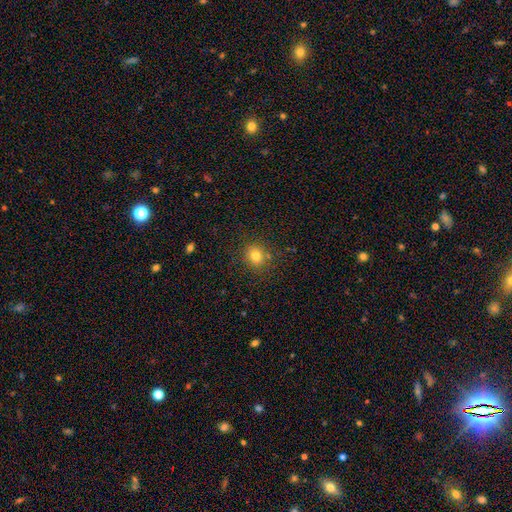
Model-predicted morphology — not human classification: smooth-or-featured: smooth: 79% | star or artifact: 13% | featured or disk: 7%
  how-rounded: round: 77% | in between: 22% | cigar-shaped: 1%
  merging: none: 82% | minor disturbance: 10% | merger: 4% | major disturbance: 4%